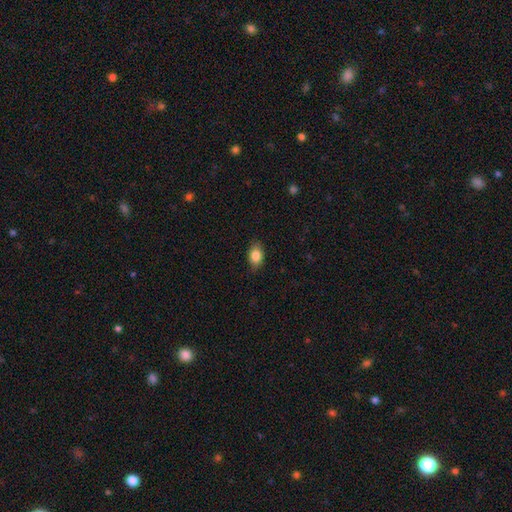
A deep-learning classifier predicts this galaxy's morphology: A smooth galaxy with no disk features (85%) that is in between round and cigar-shaped (82%).

Vote fractions:
- Smooth or featured? smooth: 85% / star or artifact: 8% / featured or disk: 7%
- How rounded? in between: 82% / round: 16% / cigar-shaped: 2%
- Merging? none: 83% / minor disturbance: 13% / major disturbance: 3% / merger: 1%